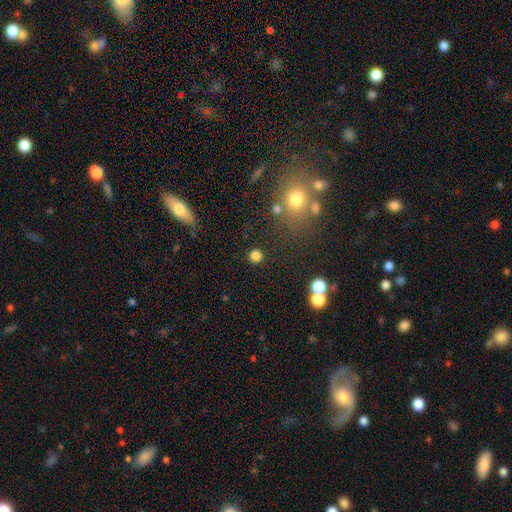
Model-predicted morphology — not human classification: A smooth galaxy with no disk features (82%) that is round (93%).

Vote fractions:
- Smooth or featured? smooth: 82% / star or artifact: 14% / featured or disk: 4%
- How rounded? round: 93% / in between: 6% / cigar-shaped: 1%
- Merging? none: 89% / minor disturbance: 6% / merger: 3% / major disturbance: 3%